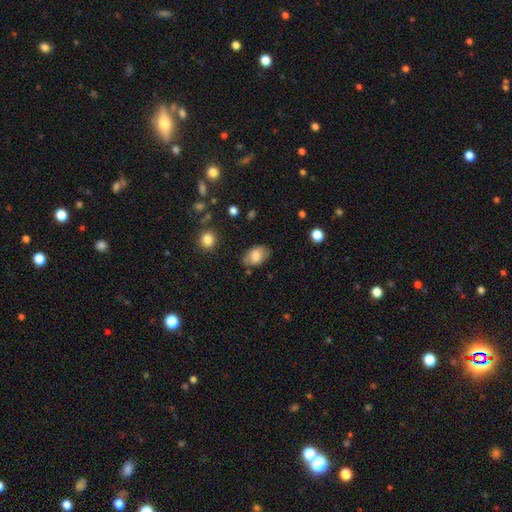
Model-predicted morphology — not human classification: smooth-or-featured: smooth: 77% | featured or disk: 15% | star or artifact: 8%
  how-rounded: in between: 87% | round: 12% | cigar-shaped: 1%
  merging: none: 76% | minor disturbance: 18% | major disturbance: 4% | merger: 2%